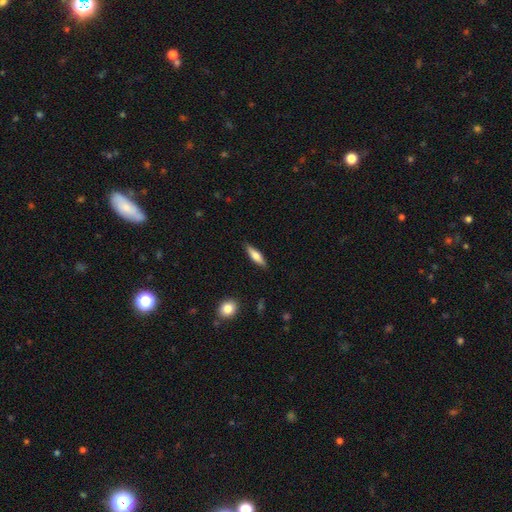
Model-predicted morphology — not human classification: Smooth or featured?
  - smooth: 63% *
  - featured or disk: 31%
  - star or artifact: 6%
How rounded?
  - cigar-shaped: 65% *
  - in between: 33%
  - round: 2%
Merging?
  - none: 87% *
  - minor disturbance: 10%
  - major disturbance: 2%
  - merger: 1%